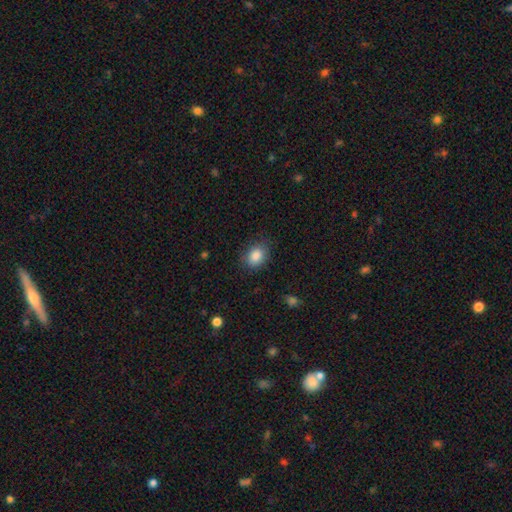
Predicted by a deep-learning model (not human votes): This appears to be a smooth galaxy with no disk features (87%) that is in between round and cigar-shaped (64%). Merging: none (79%).